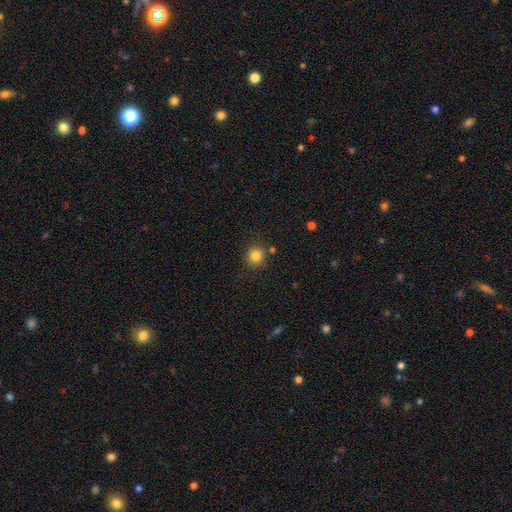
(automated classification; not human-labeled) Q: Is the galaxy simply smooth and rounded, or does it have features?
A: smooth — 84%.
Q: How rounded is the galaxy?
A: round — 92%.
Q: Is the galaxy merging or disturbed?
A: none — 85%.